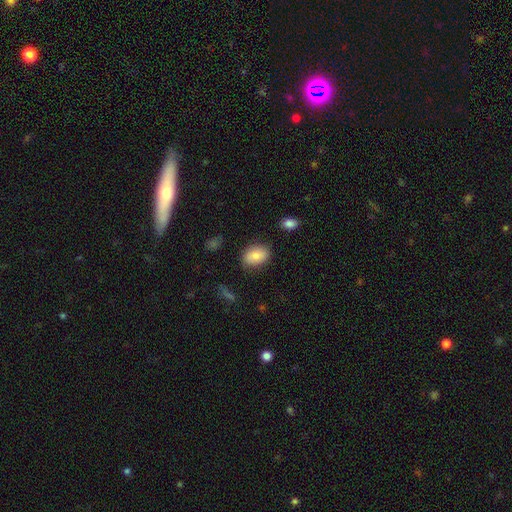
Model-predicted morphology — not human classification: This is clearly a smooth galaxy (82%). How rounded: clearly in between (83%). Merging: likely none (79%).